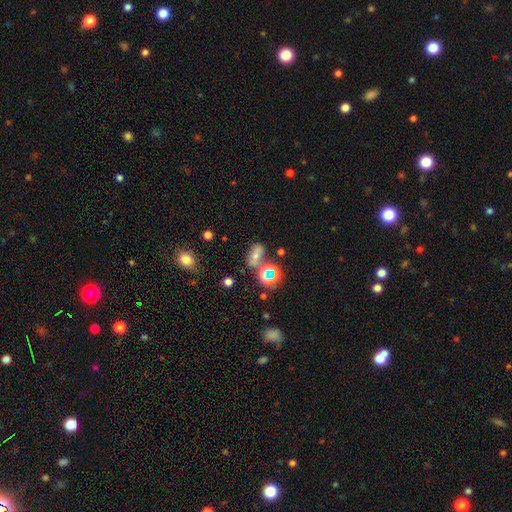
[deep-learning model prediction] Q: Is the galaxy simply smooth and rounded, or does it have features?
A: smooth — 52%.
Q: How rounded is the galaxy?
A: in between — 78%.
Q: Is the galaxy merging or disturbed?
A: none — 57%.